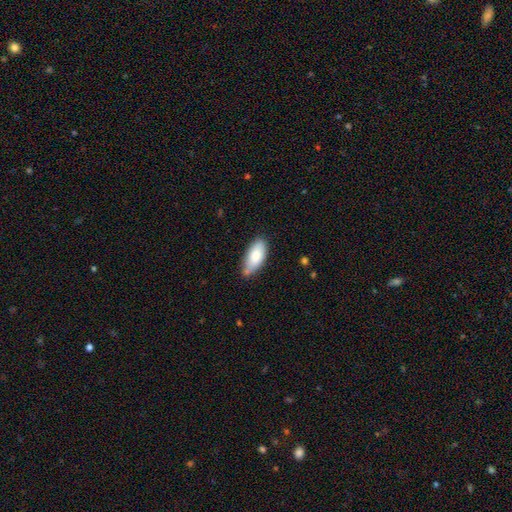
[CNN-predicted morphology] This appears to be a smooth galaxy with no disk features (81%) that is in between round and cigar-shaped (88%). Merging: none (65%).